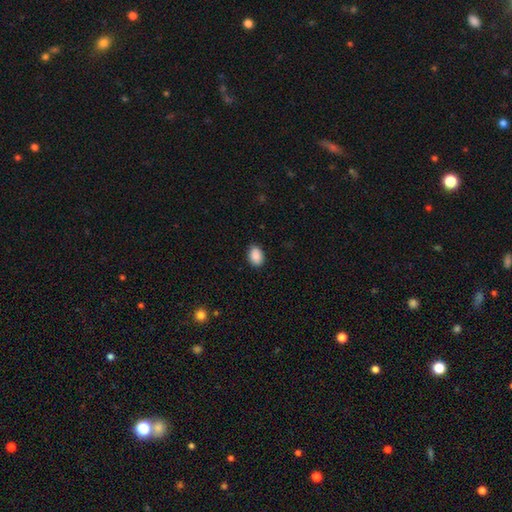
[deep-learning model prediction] smooth-or-featured: smooth: 90% | star or artifact: 7% | featured or disk: 3%
  how-rounded: in between: 83% | round: 16% | cigar-shaped: 1%
  merging: none: 88% | minor disturbance: 9% | major disturbance: 2% | merger: 1%